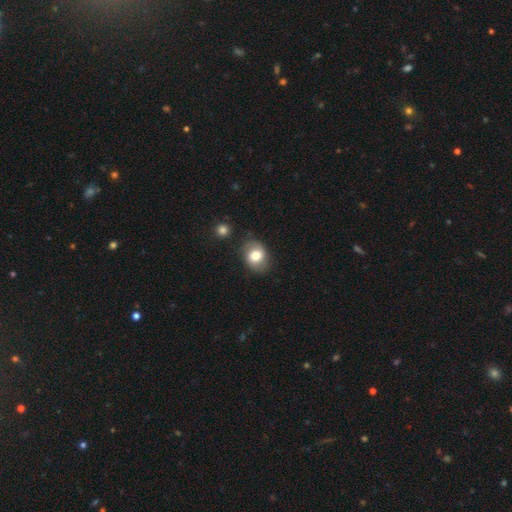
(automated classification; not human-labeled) Smooth or featured?
  - smooth: 73% *
  - featured or disk: 20%
  - star or artifact: 8%
How rounded?
  - in between: 57% *
  - round: 42%
  - cigar-shaped: 1%
Merging?
  - none: 78% *
  - minor disturbance: 16%
  - major disturbance: 4%
  - merger: 3%